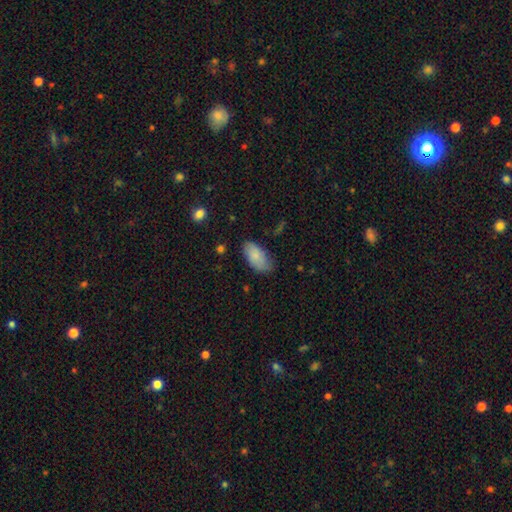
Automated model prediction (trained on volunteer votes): Smooth or featured? smooth (80%)
How rounded? in between (94%)
Merging? none (68%)